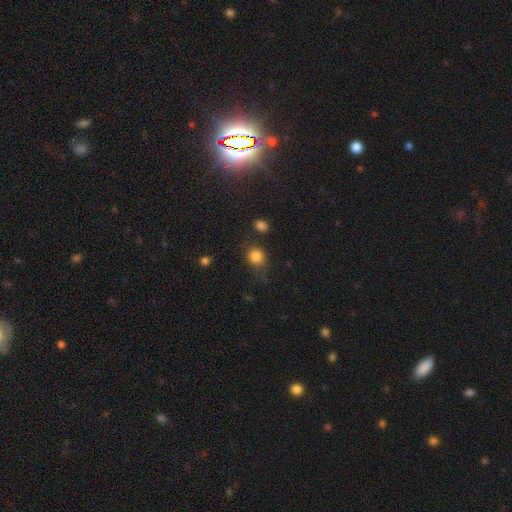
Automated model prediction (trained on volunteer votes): Smooth or featured?
  - smooth: 83% *
  - star or artifact: 12%
  - featured or disk: 6%
How rounded?
  - round: 77% *
  - in between: 22%
  - cigar-shaped: 1%
Merging?
  - none: 68% *
  - minor disturbance: 19%
  - major disturbance: 7%
  - merger: 5%